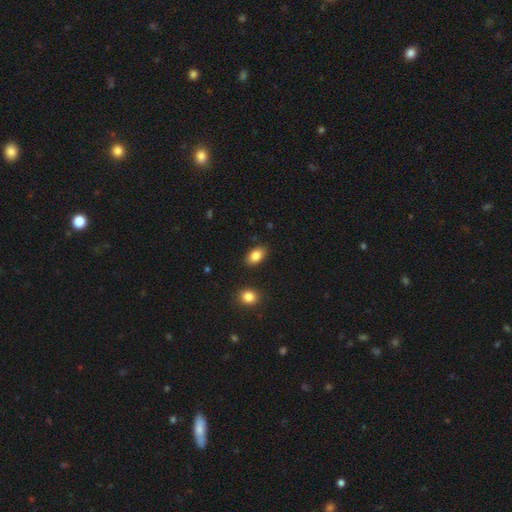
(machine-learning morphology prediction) Smooth or featured? smooth (85%)
How rounded? in between (89%)
Merging? none (87%)